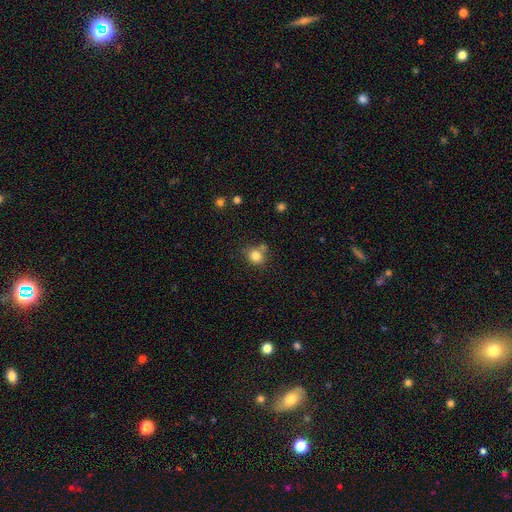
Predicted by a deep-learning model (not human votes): Morphology: type=smooth (81%); roundness=round (77%); merging=none (65%).